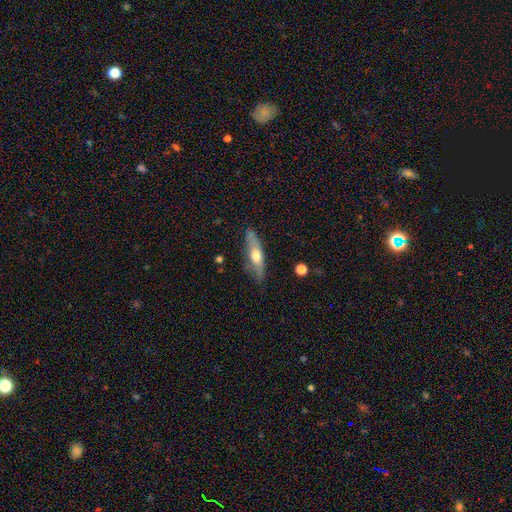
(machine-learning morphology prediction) Overall: smooth (50%; featured or disk 44%). Merging: none (79%).